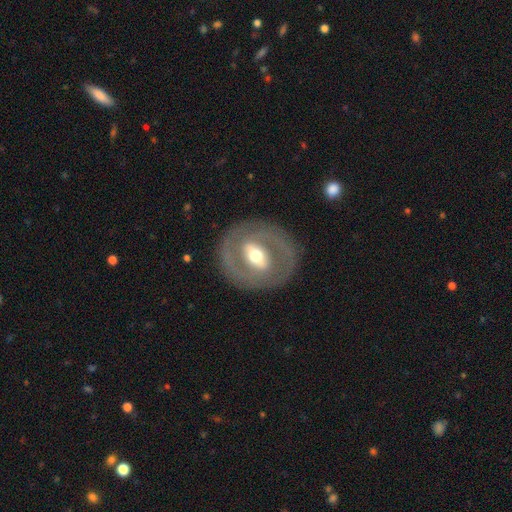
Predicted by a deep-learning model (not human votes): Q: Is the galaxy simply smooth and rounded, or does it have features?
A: featured or disk — 70%.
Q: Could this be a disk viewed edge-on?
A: no — 92%.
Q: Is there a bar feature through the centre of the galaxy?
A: strong — 44%.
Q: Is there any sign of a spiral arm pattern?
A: no — 68%.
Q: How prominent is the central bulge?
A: moderate — 68%.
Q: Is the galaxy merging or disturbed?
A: none — 84%.